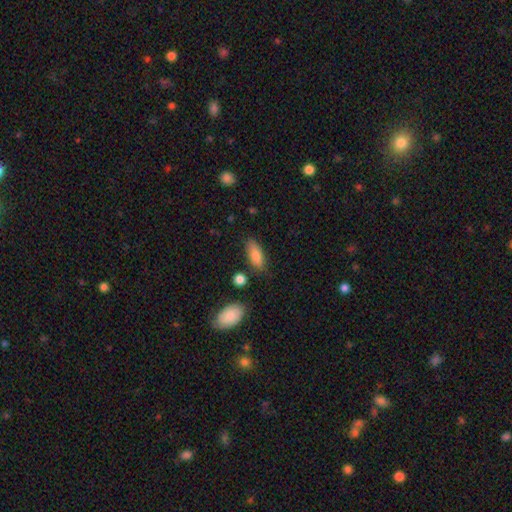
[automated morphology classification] A smooth galaxy with no disk features (81%) that is in between round and cigar-shaped (74%). Merging: none (77%).